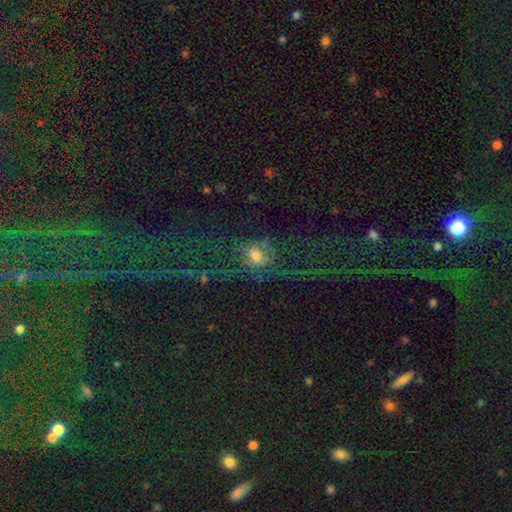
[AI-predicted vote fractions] Smooth or featured?
  - smooth: 38% *
  - featured or disk: 33%
  - star or artifact: 29%
Merging?
  - none: 44% *
  - major disturbance: 34%
  - minor disturbance: 17%
  - merger: 5%